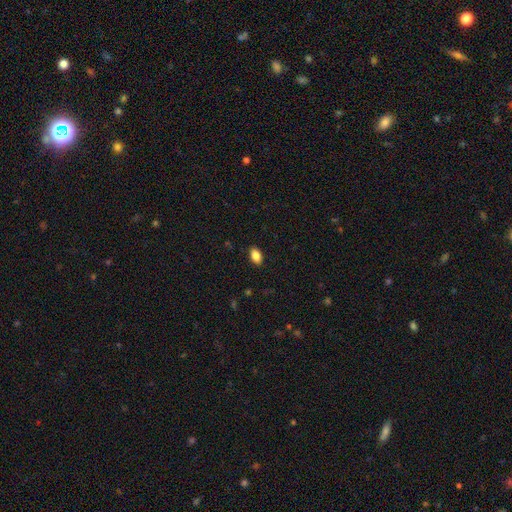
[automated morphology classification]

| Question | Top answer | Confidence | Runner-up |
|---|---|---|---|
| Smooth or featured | smooth | 85% | star or artifact (8%) |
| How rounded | in between | 89% | round (8%) |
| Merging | none | 89% | minor disturbance (8%) |